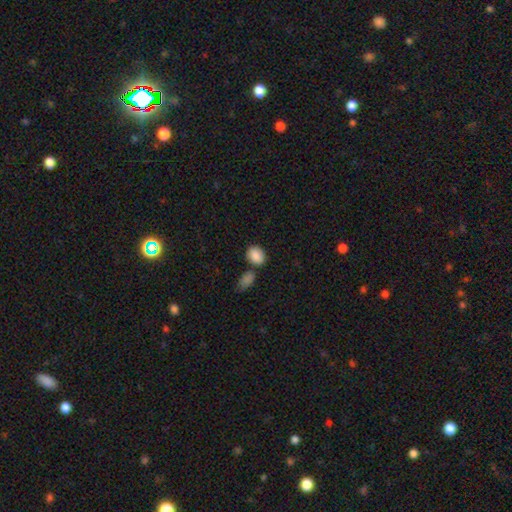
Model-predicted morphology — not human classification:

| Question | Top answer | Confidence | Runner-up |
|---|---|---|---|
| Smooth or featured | smooth | 88% | star or artifact (7%) |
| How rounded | in between | 65% | round (34%) |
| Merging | none | 67% | merger (16%) |